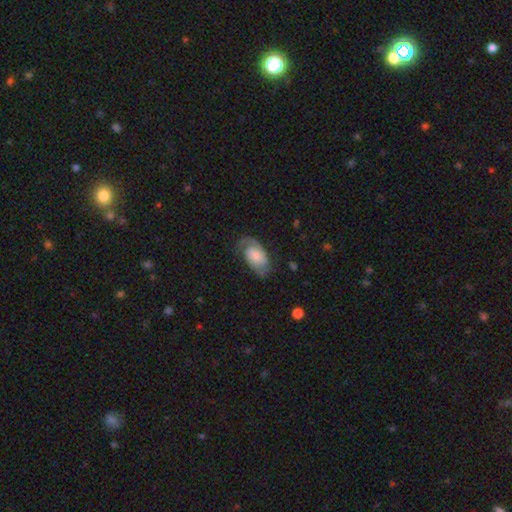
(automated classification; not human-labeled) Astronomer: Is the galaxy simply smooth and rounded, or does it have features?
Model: featured or disk — 71%.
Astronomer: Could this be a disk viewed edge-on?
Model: no — 96%.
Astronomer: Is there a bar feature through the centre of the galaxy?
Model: no — 62%.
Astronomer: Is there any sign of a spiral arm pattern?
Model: yes — 93%.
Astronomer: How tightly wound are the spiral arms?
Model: medium — 41% (runner-up: tight, 40%).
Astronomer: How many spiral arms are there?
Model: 2 — 66%.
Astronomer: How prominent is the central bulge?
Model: moderate — 33% (runner-up: small, 32%).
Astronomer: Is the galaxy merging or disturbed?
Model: none — 63%.